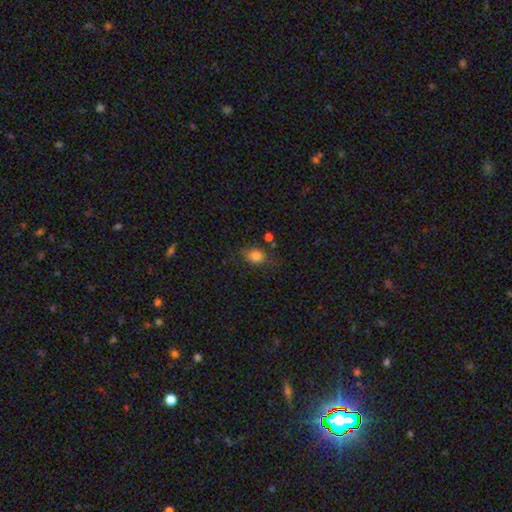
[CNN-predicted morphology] Smooth or featured?
  - smooth: 82% *
  - star or artifact: 11%
  - featured or disk: 7%
How rounded?
  - in between: 58% *
  - round: 40%
  - cigar-shaped: 2%
Merging?
  - none: 66% *
  - minor disturbance: 22%
  - major disturbance: 7%
  - merger: 5%